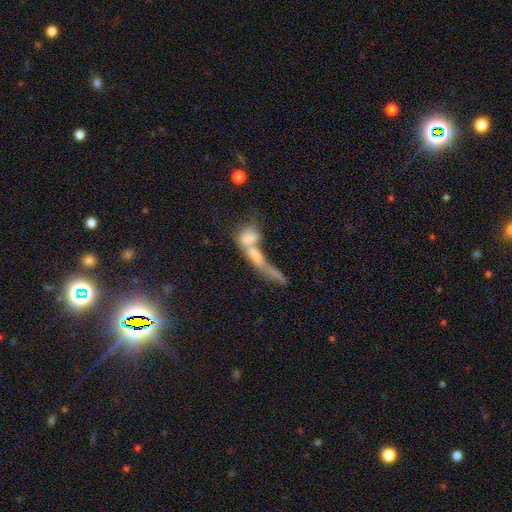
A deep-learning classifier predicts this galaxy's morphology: This appears to be a smooth galaxy with no disk features (56%) that is cigar-shaped (44%). Merging: merger (69%).